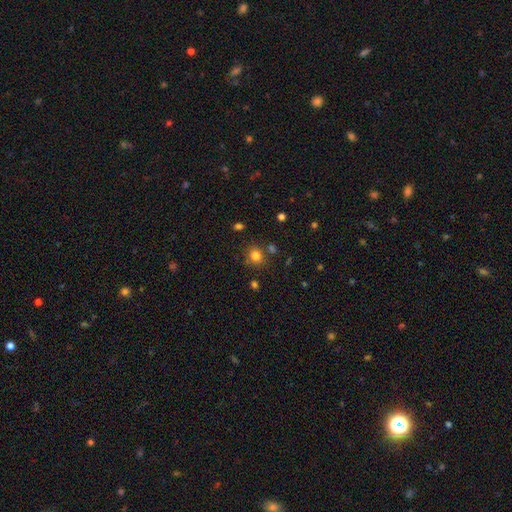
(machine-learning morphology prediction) smooth-or-featured: smooth: 79% | star or artifact: 14% | featured or disk: 7%
  how-rounded: round: 78% | in between: 21% | cigar-shaped: 1%
  merging: none: 77% | minor disturbance: 11% | merger: 8% | major disturbance: 4%